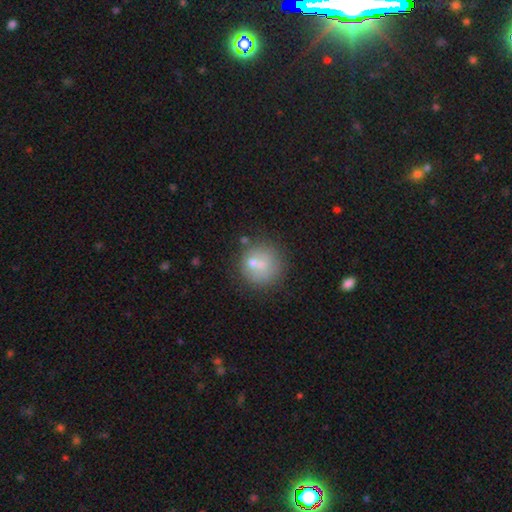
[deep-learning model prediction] This appears to be a smooth galaxy with no disk features (64%) that is round (90%). Merging: none (62%).